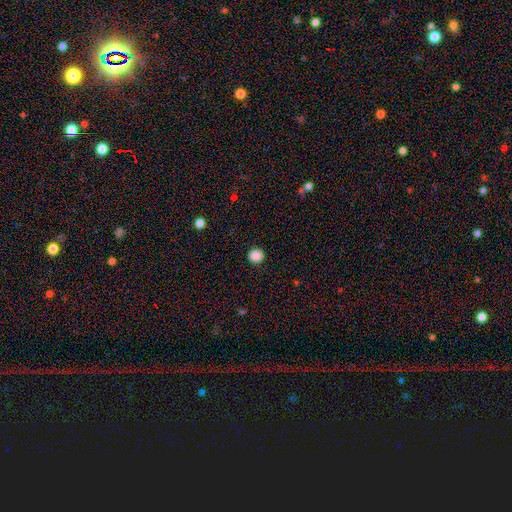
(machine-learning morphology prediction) Smooth or featured?
  - smooth: 88% *
  - star or artifact: 10%
  - featured or disk: 2%
How rounded?
  - round: 88% *
  - in between: 11%
  - cigar-shaped: 1%
Merging?
  - none: 91% *
  - minor disturbance: 6%
  - major disturbance: 2%
  - merger: 1%